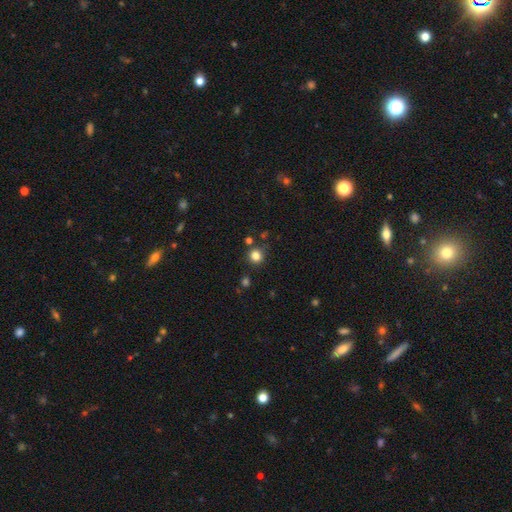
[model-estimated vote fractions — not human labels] The model was most divided on "smooth or featured": smooth: 81%, star or artifact: 14%, featured or disk: 5%. More confident: how rounded — round (92%); merging — none (84%).